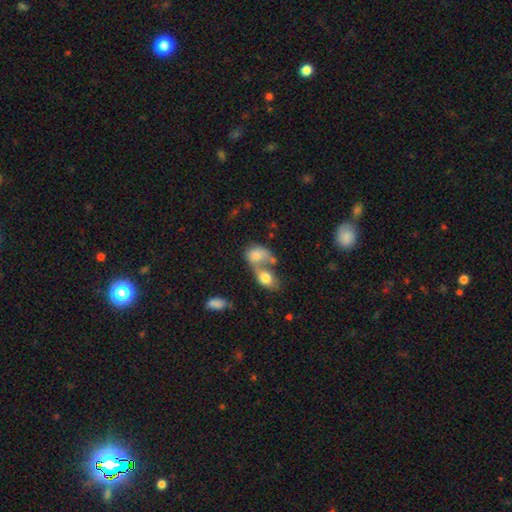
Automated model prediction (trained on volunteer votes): Q: Smooth or featured?
A: smooth (74%); runner-up: featured or disk (17%)
Q: How rounded?
A: in between (73%); runner-up: round (25%)
Q: Merging?
A: merger (70%); runner-up: none (14%)